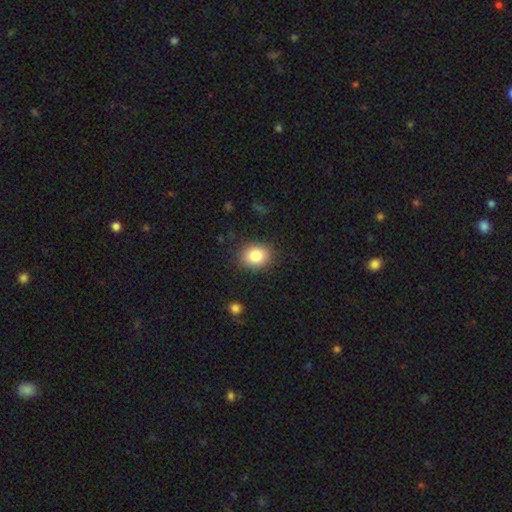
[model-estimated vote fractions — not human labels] smooth 84%, star or artifact 9%, featured or disk 7%. Down the decision tree: how rounded — round (53%); merging — none (86%).